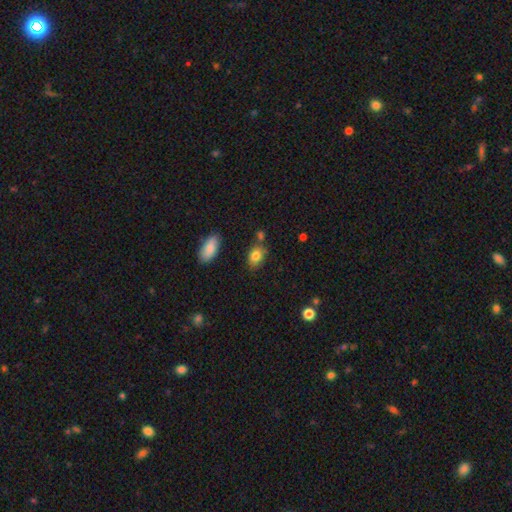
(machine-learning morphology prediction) smooth-or-featured: smooth: 82% | star or artifact: 9% | featured or disk: 9%
  how-rounded: in between: 77% | round: 21% | cigar-shaped: 2%
  merging: none: 69% | minor disturbance: 18% | merger: 10% | major disturbance: 4%